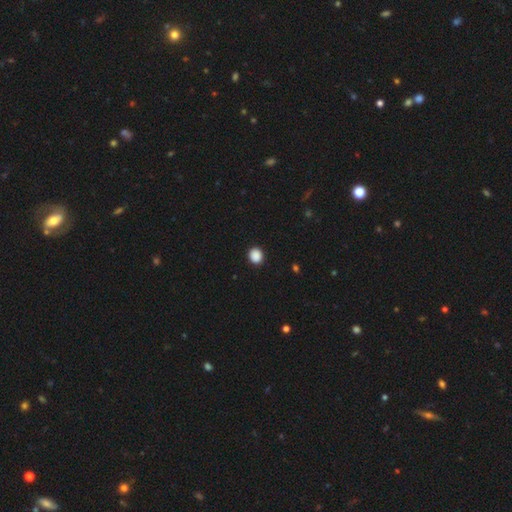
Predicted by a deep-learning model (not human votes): Morphology: type=smooth (88%); roundness=round (79%); merging=none (91%).